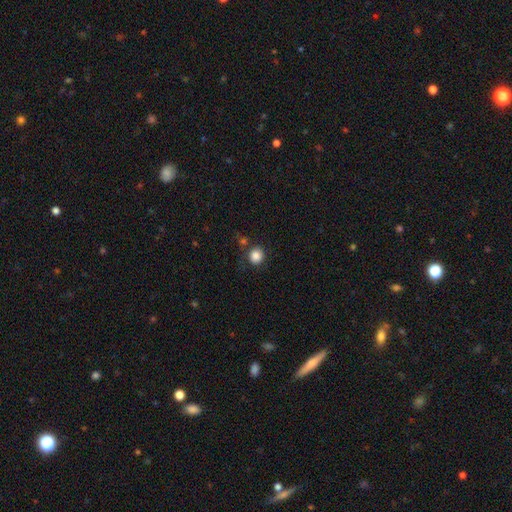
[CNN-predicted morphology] Smooth or featured? smooth (85%)
How rounded? round (88%)
Merging? none (78%)